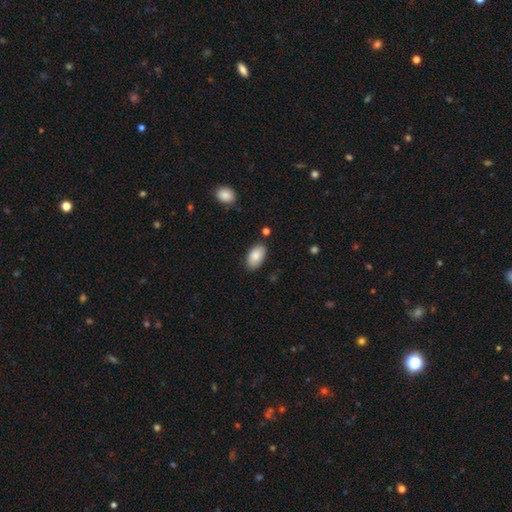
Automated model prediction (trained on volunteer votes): This is clearly a smooth galaxy (85%). How rounded: clearly in between (95%). Merging: clearly none (84%).